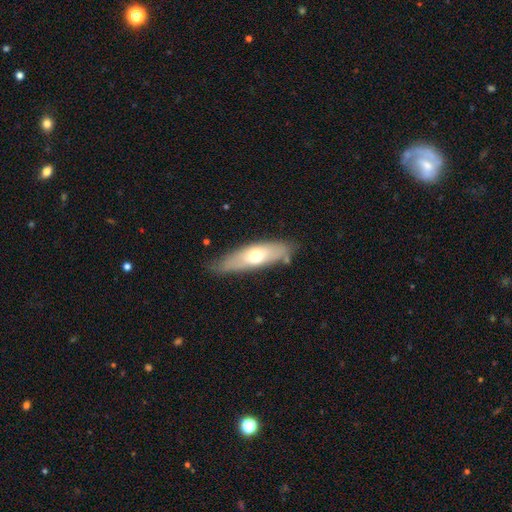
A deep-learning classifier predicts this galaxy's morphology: Overall: smooth (55%; featured or disk 39%). How rounded: cigar-shaped (52%; in between 46%). Merging: none (73%).